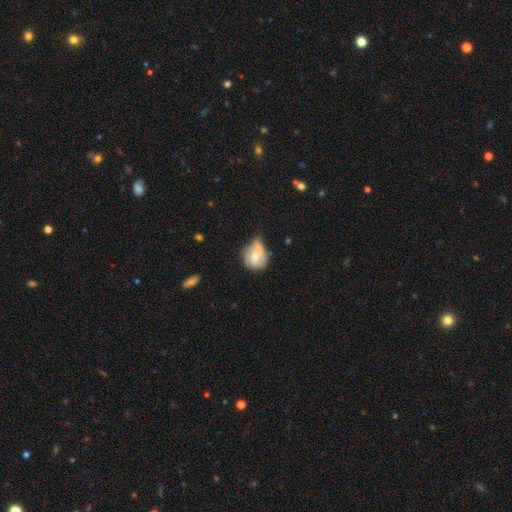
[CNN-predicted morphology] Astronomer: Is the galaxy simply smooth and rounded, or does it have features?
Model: smooth — 53% (runner-up: featured or disk, 40%).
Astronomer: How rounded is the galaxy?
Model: round — 59% (runner-up: in between, 39%).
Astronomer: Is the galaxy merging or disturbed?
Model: minor disturbance — 46% (runner-up: none, 32%).